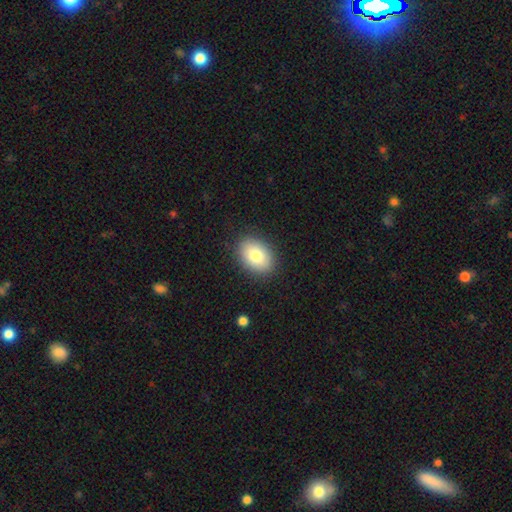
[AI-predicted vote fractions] A smooth galaxy with no disk features (80%) that is in between round and cigar-shaped (78%). Merging: none (88%).